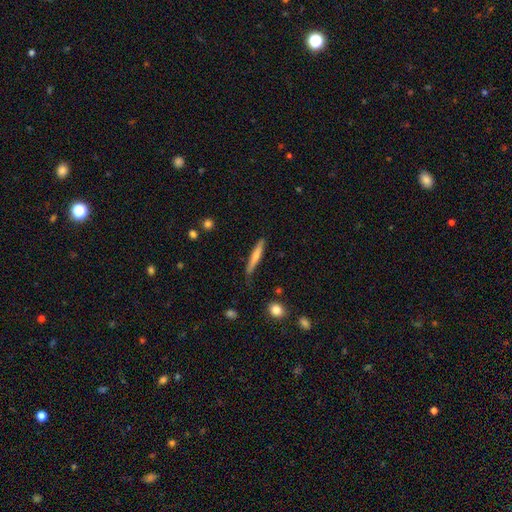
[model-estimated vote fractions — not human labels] smooth 54%, featured or disk 40%, star or artifact 6%. Down the decision tree: how rounded — cigar-shaped (93%); merging — none (78%).